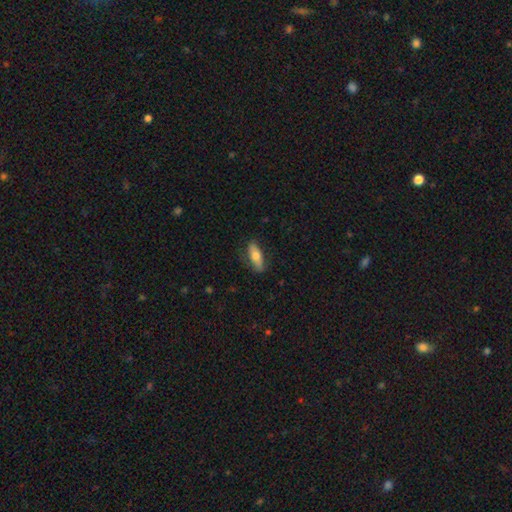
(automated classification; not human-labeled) A smooth galaxy with no disk features (63%) that is in between round and cigar-shaped (62%). Merging: none (79%).